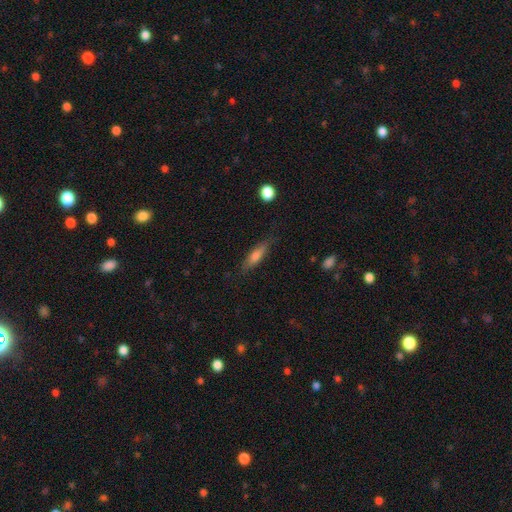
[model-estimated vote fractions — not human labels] Smooth or featured?
  - smooth: 64% *
  - featured or disk: 29%
  - star or artifact: 7%
How rounded?
  - cigar-shaped: 69% *
  - in between: 29%
  - round: 2%
Merging?
  - none: 79% *
  - minor disturbance: 15%
  - major disturbance: 4%
  - merger: 1%